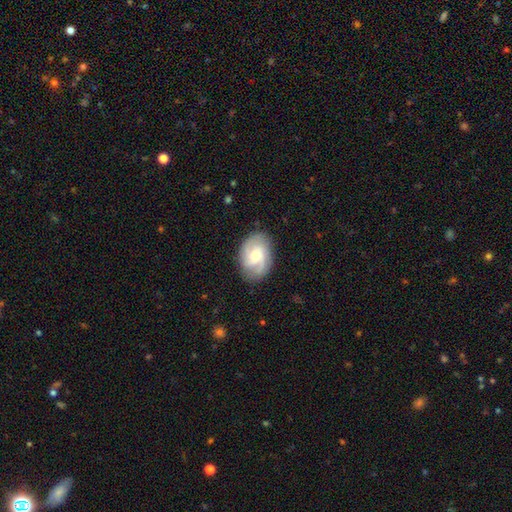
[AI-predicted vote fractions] A featured or disk galaxy (75%) with no bar (57%), 3 (37%) medium (47%) spiral arms (96%) and a moderate central bulge (46%). Merging: none (81%).